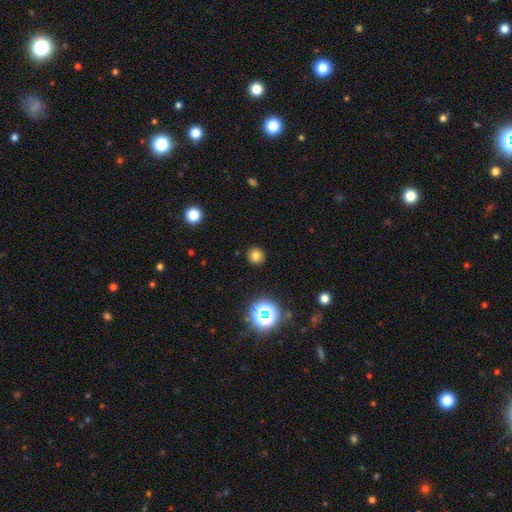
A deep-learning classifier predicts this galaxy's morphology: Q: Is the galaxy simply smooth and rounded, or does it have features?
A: smooth — 76%.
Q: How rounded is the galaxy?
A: round — 88%.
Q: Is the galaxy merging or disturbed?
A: none — 91%.